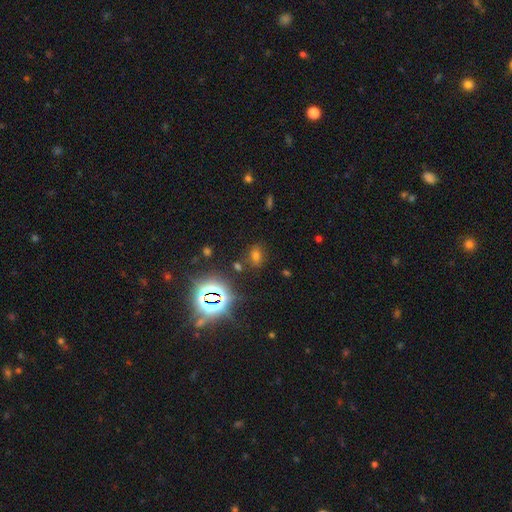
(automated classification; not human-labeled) This appears to be a smooth galaxy with no disk features (52%) that is in between round and cigar-shaped (71%). Merging: none (75%).